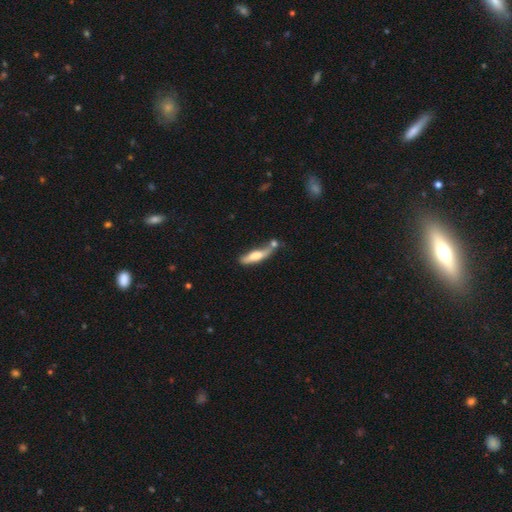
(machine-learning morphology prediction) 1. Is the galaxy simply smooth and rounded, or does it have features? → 58% smooth, 36% featured or disk, 6% star or artifact.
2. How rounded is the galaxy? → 72% cigar-shaped, 26% in between, 2% round.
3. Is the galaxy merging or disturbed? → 41% none, 28% merger, 21% minor disturbance, 9% major disturbance.